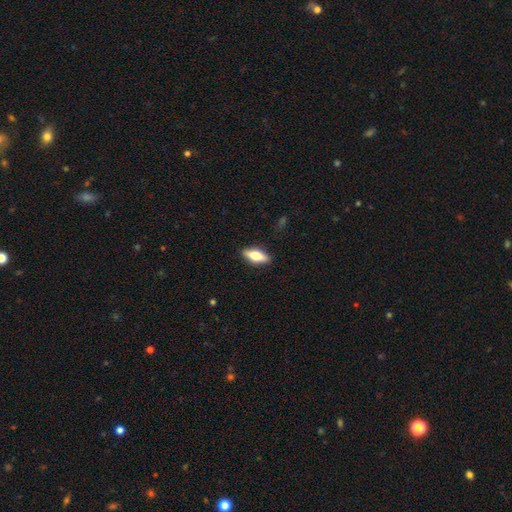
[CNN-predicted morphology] Smooth or featured?
  - smooth: 63% *
  - featured or disk: 31%
  - star or artifact: 6%
How rounded?
  - in between: 70% *
  - cigar-shaped: 27%
  - round: 3%
Merging?
  - none: 88% *
  - minor disturbance: 9%
  - major disturbance: 2%
  - merger: 1%